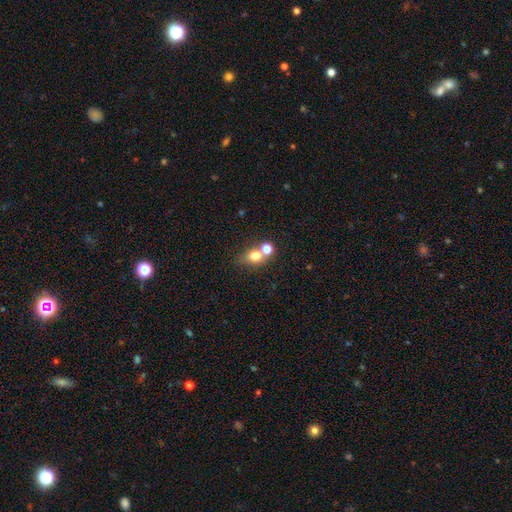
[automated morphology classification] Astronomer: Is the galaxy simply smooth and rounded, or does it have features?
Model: smooth — 74%.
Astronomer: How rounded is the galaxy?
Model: round — 61% (runner-up: in between, 38%).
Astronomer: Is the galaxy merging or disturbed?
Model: none — 47% (runner-up: merger, 39%).